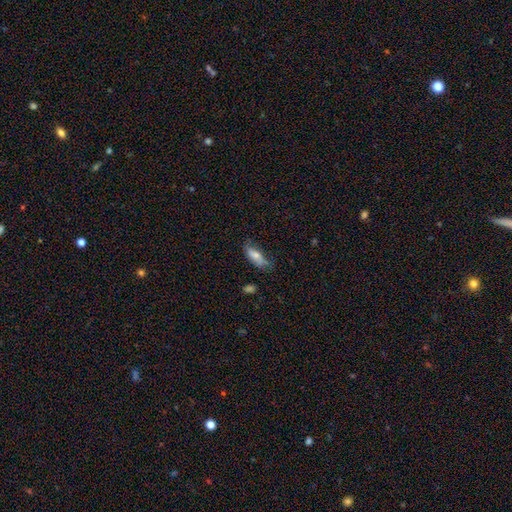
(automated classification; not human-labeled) smooth-or-featured: smooth: 70% | featured or disk: 23% | star or artifact: 7%
  how-rounded: in between: 78% | cigar-shaped: 19% | round: 3%
  merging: none: 58% | minor disturbance: 30% | major disturbance: 9% | merger: 3%